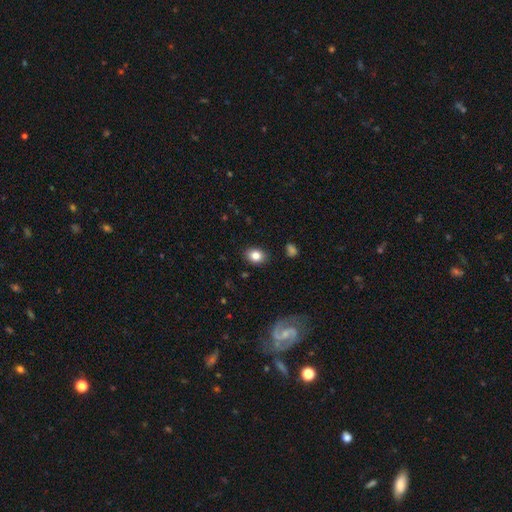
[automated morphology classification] The model was most divided on "how rounded": in between: 61%, round: 38%, cigar-shaped: 1%. More confident: merging — none (87%); smooth or featured — smooth (84%).